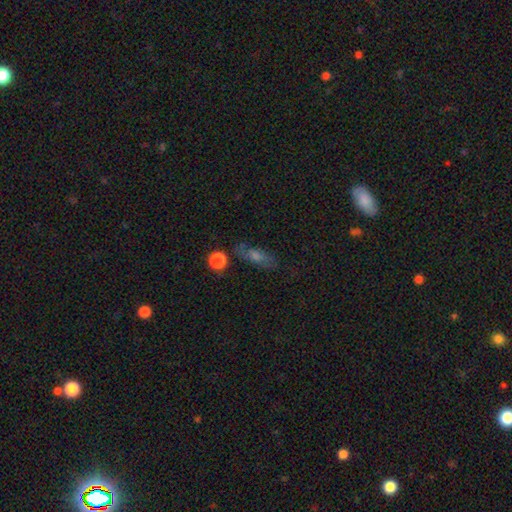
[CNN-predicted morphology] The model was most divided on "how rounded": in between: 52%, cigar-shaped: 38%, round: 10%. More confident: merging — none (76%); smooth or featured — smooth (52%).